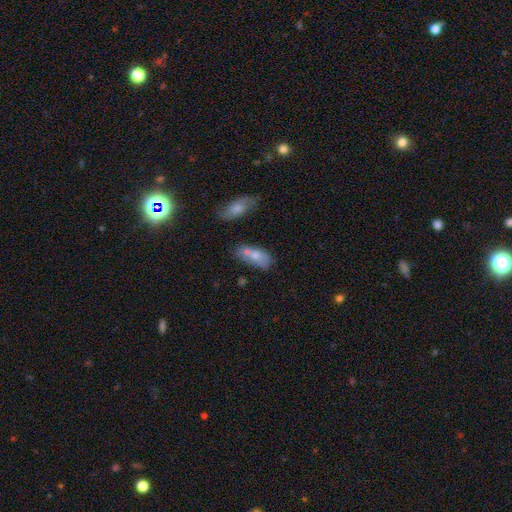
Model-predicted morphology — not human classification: type=smooth (63%); roundness=in between (82%); merging=none (47%).